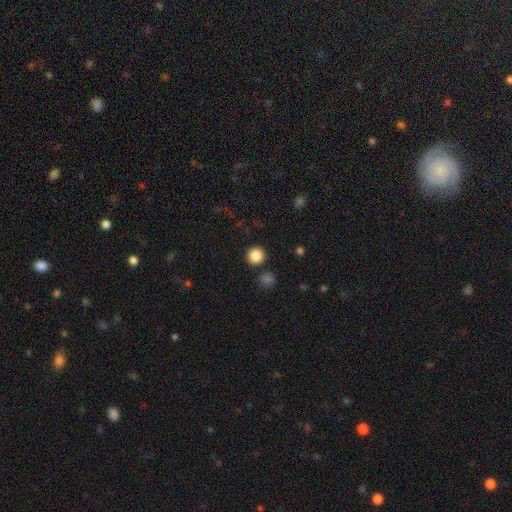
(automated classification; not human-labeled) Smooth or featured? smooth (86%)
How rounded? round (94%)
Merging? none (89%)